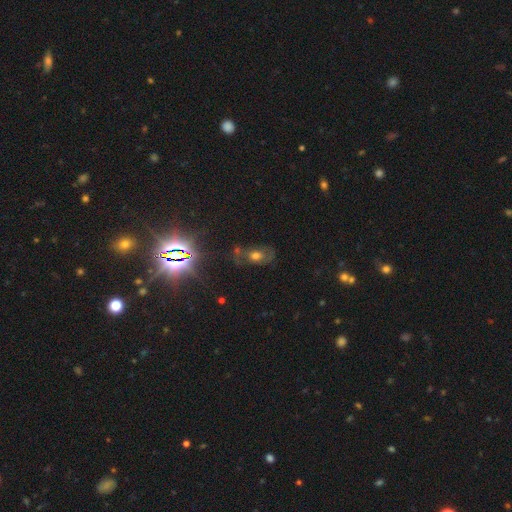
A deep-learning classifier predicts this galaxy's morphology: Overall: smooth (39%; featured or disk 34%). Merging: none (49%; minor disturbance 21%).